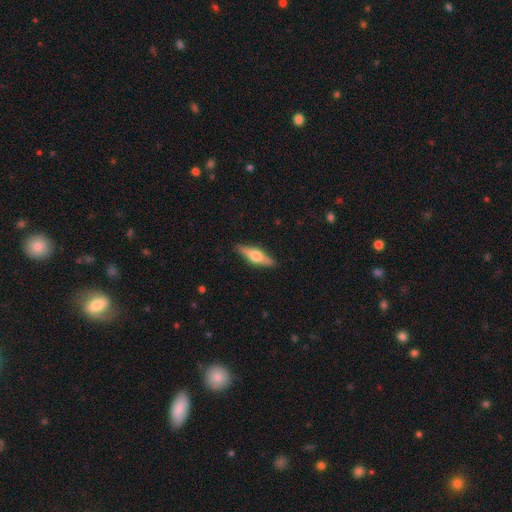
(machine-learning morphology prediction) Smooth or featured: featured or disk — 54% (smooth — 40%)
Edge-on disk: yes — 93% (no — 7%)
Edge-on bulge: rounded — 93% (boxy — 5%)
Merging: none — 88% (minor disturbance — 9%)